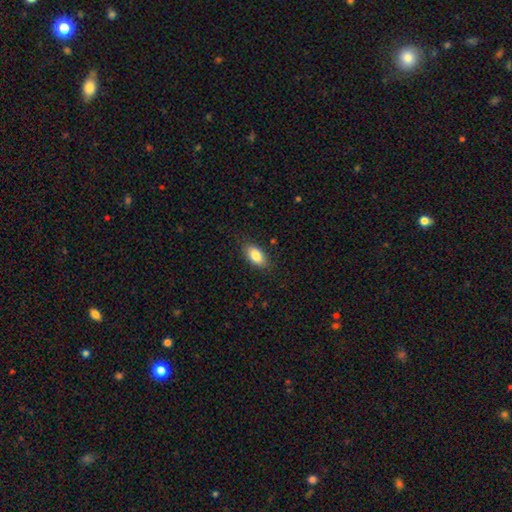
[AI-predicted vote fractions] smooth 85%, featured or disk 8%, star or artifact 7%. Down the decision tree: how rounded — in between (91%); merging — none (84%).